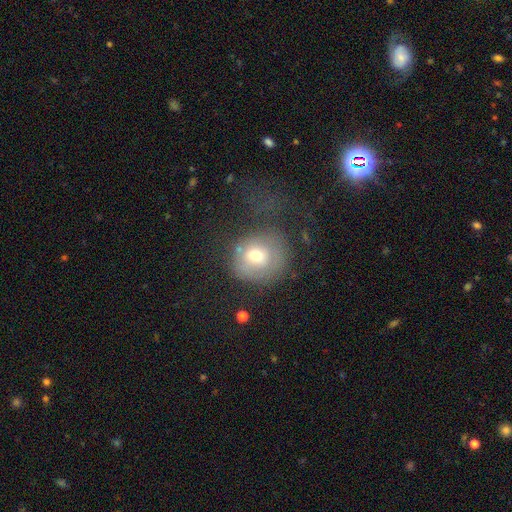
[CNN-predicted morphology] Smooth or featured? smooth (65%)
How rounded? round (78%)
Merging? none (43%)